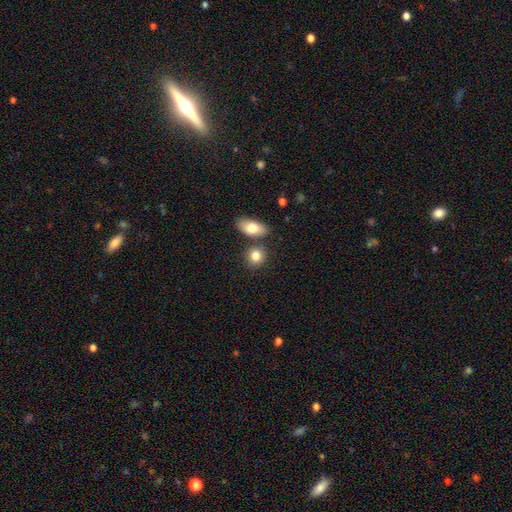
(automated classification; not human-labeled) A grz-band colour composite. It shows a smooth galaxy with no disk features (83%) that is round (59%). Merging: none (69%).